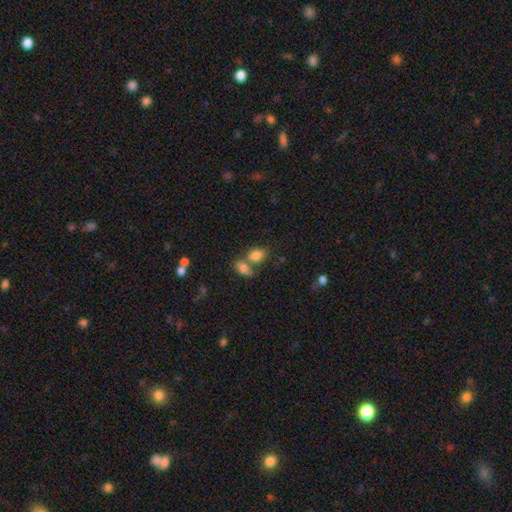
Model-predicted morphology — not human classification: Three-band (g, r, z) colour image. It shows a smooth galaxy with no disk features (82%) that is in between round and cigar-shaped (71%). Merging: merger (45%).